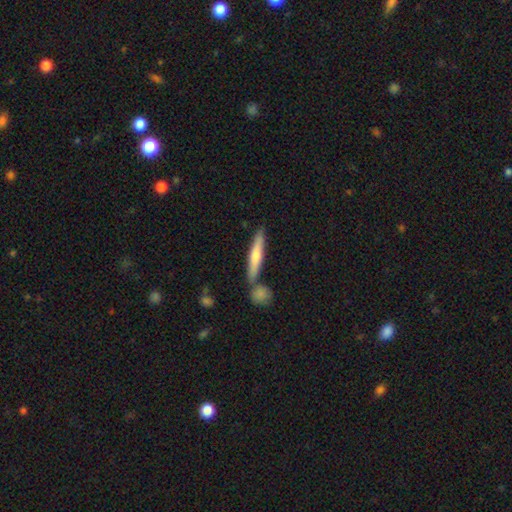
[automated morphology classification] Smooth or featured: smooth — 57% (featured or disk — 38%)
How rounded: cigar-shaped — 90% (in between — 8%)
Merging: none — 76% (merger — 12%)